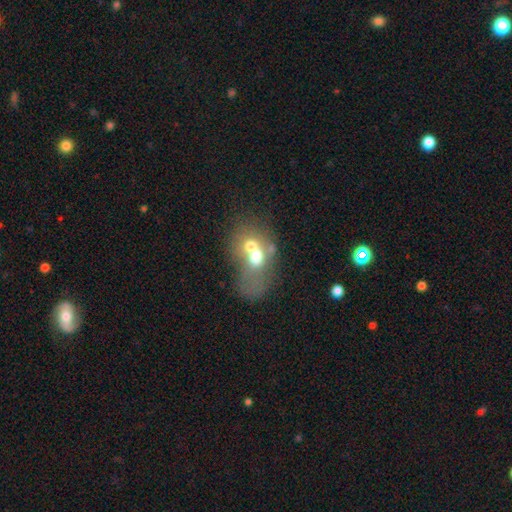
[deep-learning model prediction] Smooth or featured?
  - smooth: 55% *
  - featured or disk: 34%
  - star or artifact: 11%
How rounded?
  - in between: 53% *
  - round: 45%
  - cigar-shaped: 2%
Merging?
  - merger: 70% *
  - none: 16%
  - major disturbance: 7%
  - minor disturbance: 7%